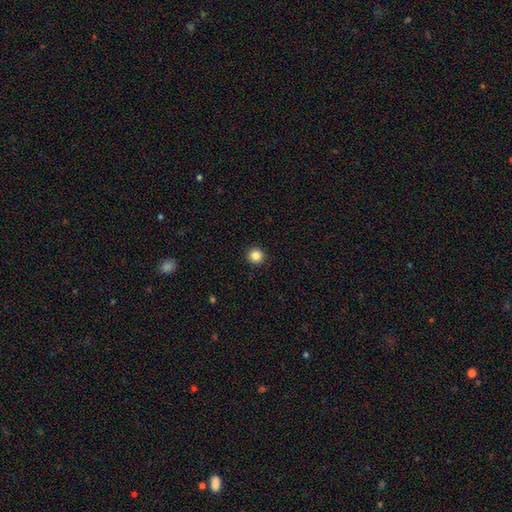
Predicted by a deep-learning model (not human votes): Smooth or featured: smooth — 85% (star or artifact — 11%)
How rounded: round — 96% (in between — 3%)
Merging: none — 94% (minor disturbance — 4%)